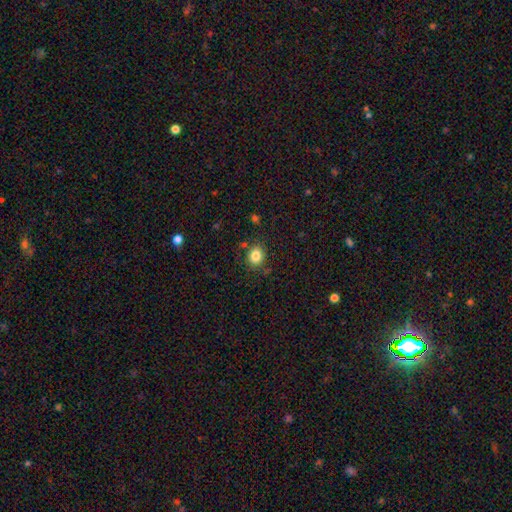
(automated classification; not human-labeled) Morphology: type=smooth (84%); roundness=round (64%); merging=none (81%).